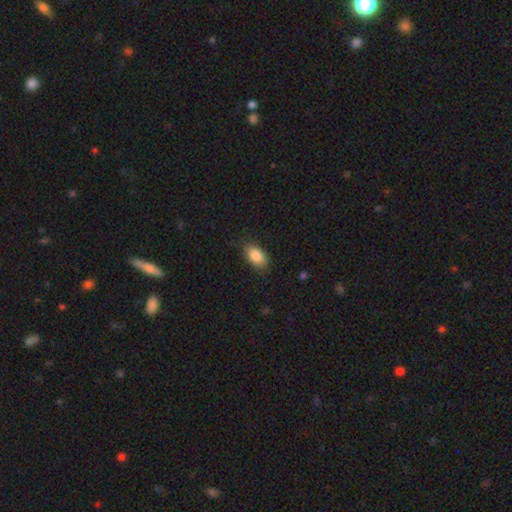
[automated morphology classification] smooth-or-featured: smooth: 86% | star or artifact: 7% | featured or disk: 6%
  how-rounded: in between: 90% | round: 8% | cigar-shaped: 2%
  merging: none: 80% | minor disturbance: 15% | major disturbance: 3% | merger: 1%